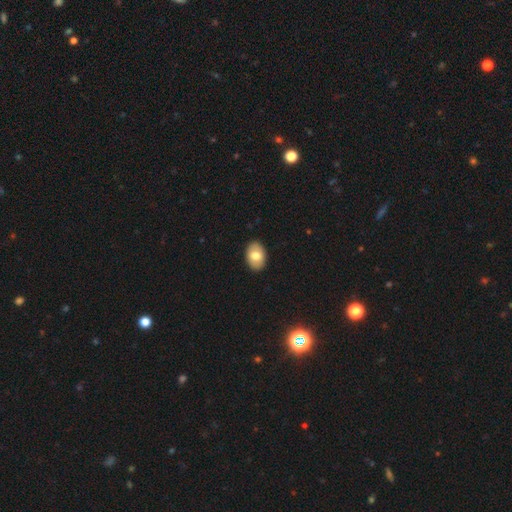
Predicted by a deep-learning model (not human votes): Smooth or featured? smooth (74%)
How rounded? in between (85%)
Merging? none (90%)